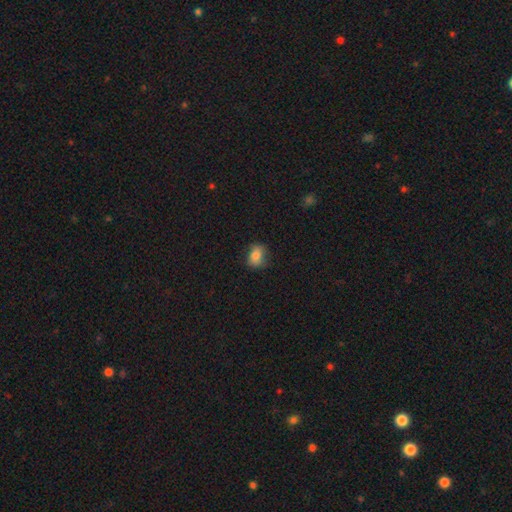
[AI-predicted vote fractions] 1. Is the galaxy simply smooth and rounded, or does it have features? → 80% smooth, 11% featured or disk, 9% star or artifact.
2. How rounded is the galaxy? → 68% in between, 31% round, 2% cigar-shaped.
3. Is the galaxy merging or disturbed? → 69% none, 24% minor disturbance, 6% major disturbance, 1% merger.